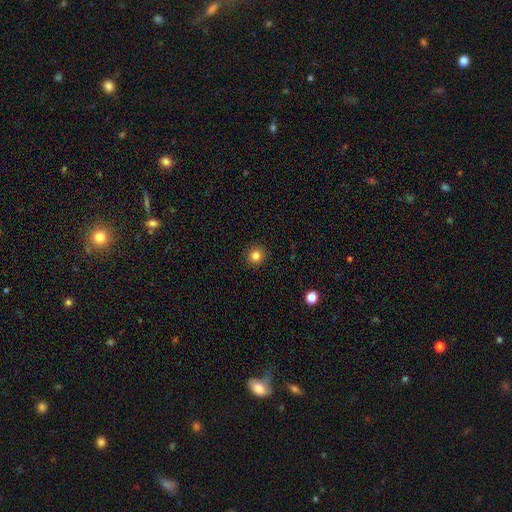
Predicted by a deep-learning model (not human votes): Q: Smooth or featured?
A: smooth (83%); runner-up: star or artifact (12%)
Q: How rounded?
A: round (93%); runner-up: in between (6%)
Q: Merging?
A: none (92%); runner-up: minor disturbance (5%)